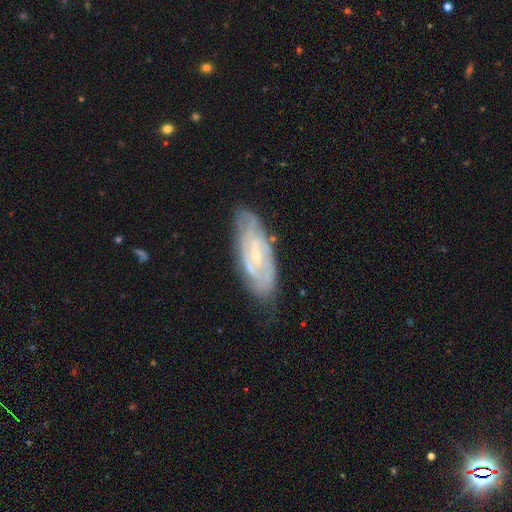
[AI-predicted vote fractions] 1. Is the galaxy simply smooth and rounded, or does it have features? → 77% featured or disk, 17% smooth, 6% star or artifact.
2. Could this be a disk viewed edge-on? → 88% no, 12% yes.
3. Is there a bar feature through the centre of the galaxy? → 44% no, 42% weak, 13% strong.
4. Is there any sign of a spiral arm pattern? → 85% yes, 15% no.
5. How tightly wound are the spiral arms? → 58% tight, 33% medium, 10% loose.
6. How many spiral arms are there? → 44% can't tell, 35% 2, 10% 3, 5% 4, 3% 1, 3% more than 4.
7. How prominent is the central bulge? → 73% small, 22% moderate, 3% none, 1% large, 1% dominant.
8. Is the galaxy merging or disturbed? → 73% none, 20% minor disturbance, 5% major disturbance, 2% merger.